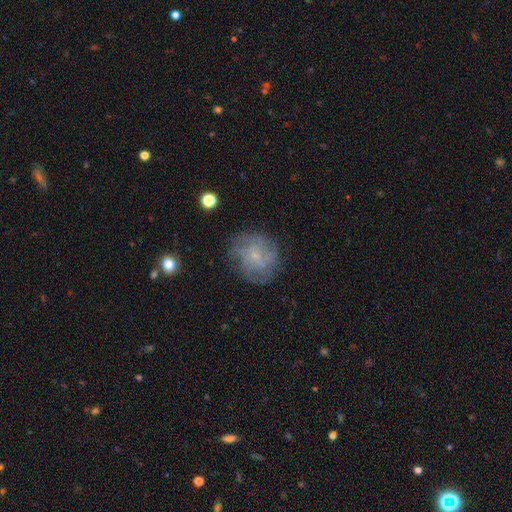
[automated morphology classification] The model was most divided on "spiral winding": tight: 49%, medium: 37%, loose: 14%. Remaining: edge-on disk — no (97%); spiral arms — yes (83%); bulge size — small (75%); merging — none (72%); bar — no (72%); smooth or featured — featured or disk (63%); spiral arm count — can't tell (48%).